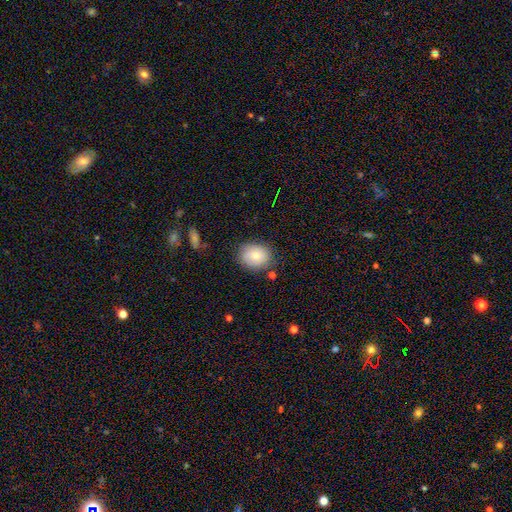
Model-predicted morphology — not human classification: Smooth or featured?
  - smooth: 81% *
  - featured or disk: 11%
  - star or artifact: 8%
How rounded?
  - round: 56% *
  - in between: 43%
  - cigar-shaped: 1%
Merging?
  - none: 80% *
  - minor disturbance: 14%
  - major disturbance: 3%
  - merger: 3%